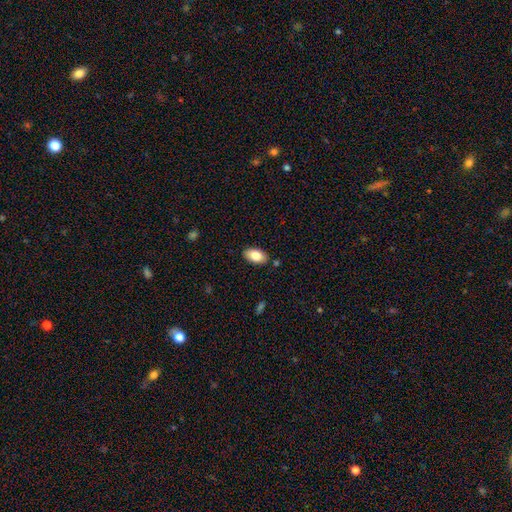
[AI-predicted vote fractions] Overall: smooth (83%). How rounded: in between (94%). Merging: none (85%).